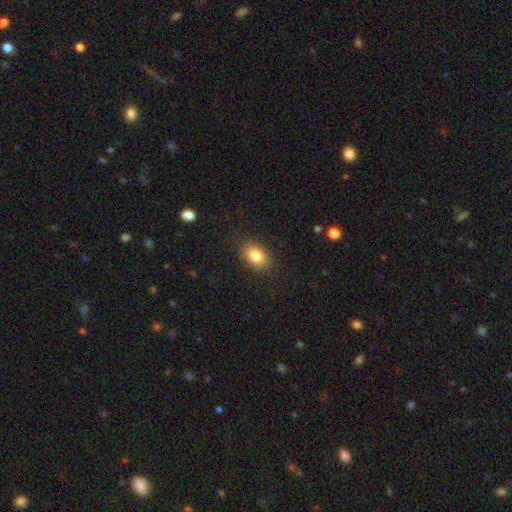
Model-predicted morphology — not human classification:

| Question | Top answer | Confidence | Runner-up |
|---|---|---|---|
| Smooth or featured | smooth | 82% | featured or disk (9%) |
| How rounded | in between | 83% | round (16%) |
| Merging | none | 86% | minor disturbance (10%) |